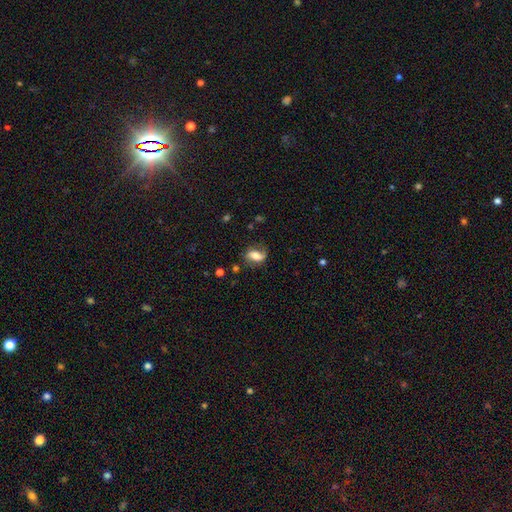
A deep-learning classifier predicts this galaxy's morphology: A smooth galaxy with no disk features (46%).

Vote fractions:
- Smooth or featured? smooth: 46% / featured or disk: 45% / star or artifact: 9%
- Merging? none: 61% / minor disturbance: 24% / major disturbance: 13% / merger: 2%